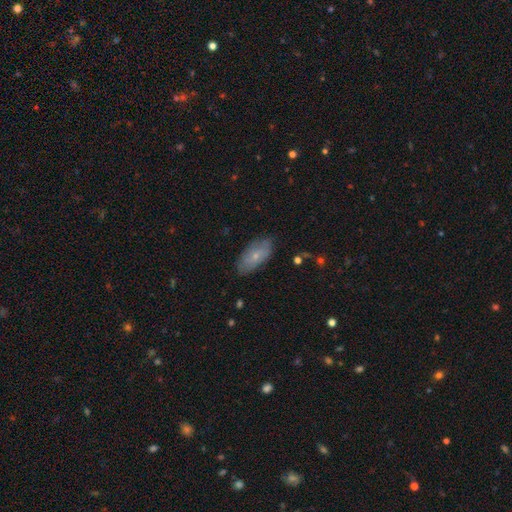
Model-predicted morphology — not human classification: smooth-or-featured: smooth: 60% | featured or disk: 33% | star or artifact: 7%
  how-rounded: in between: 88% | cigar-shaped: 8% | round: 3%
  merging: none: 79% | minor disturbance: 17% | major disturbance: 3% | merger: 1%